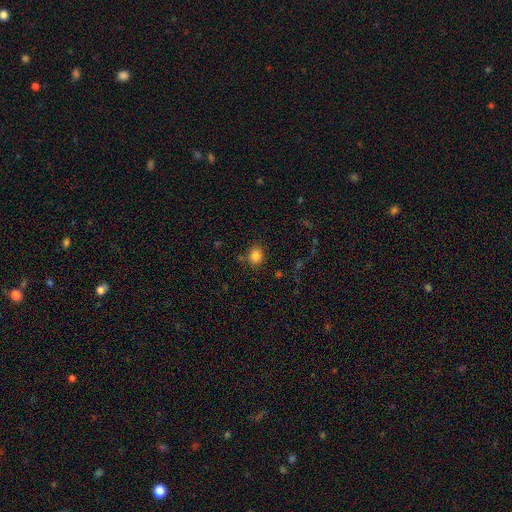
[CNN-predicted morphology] A smooth galaxy with no disk features (83%) that is round (69%). Merging: none (83%).